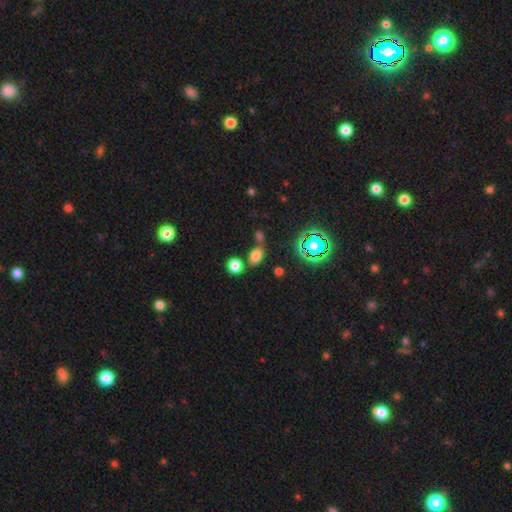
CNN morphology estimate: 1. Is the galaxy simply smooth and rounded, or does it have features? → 73% smooth, 19% star or artifact, 8% featured or disk.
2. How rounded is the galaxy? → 76% in between, 21% round, 3% cigar-shaped.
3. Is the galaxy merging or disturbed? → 62% none, 20% merger, 12% minor disturbance, 5% major disturbance.